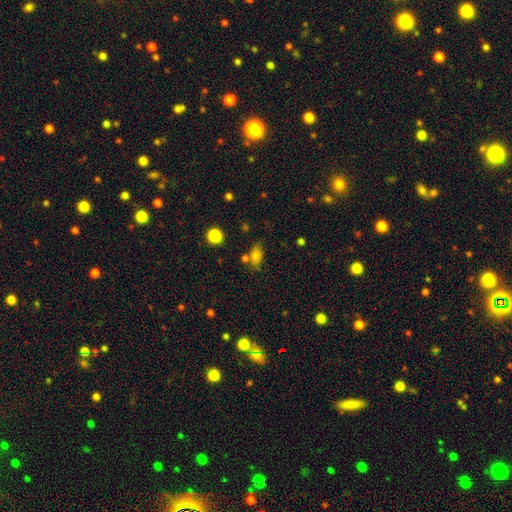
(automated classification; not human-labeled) Smooth or featured? Predicted: smooth (p=0.76). How rounded? Predicted: in between (p=0.79). Merging? Predicted: none (p=0.63).